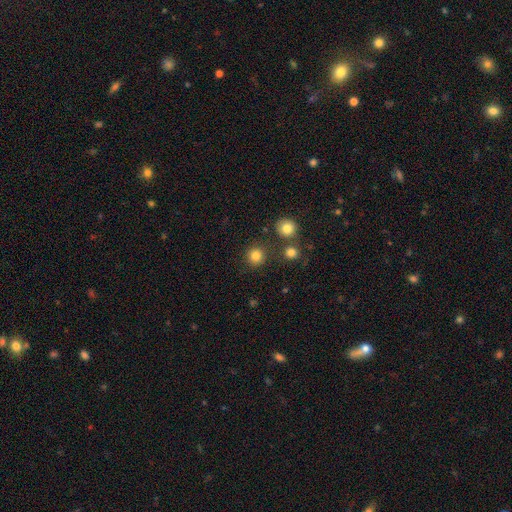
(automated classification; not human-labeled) Overall: smooth (82%). How rounded: round (93%). Merging: none (85%).